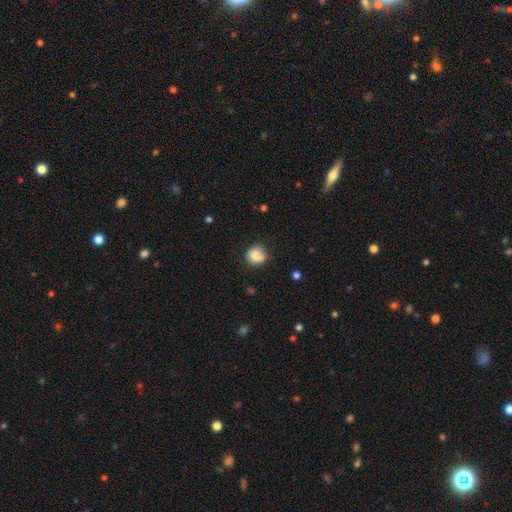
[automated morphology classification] This is clearly a smooth galaxy (83%). How rounded: clearly round (87%). Merging: likely none (73%).